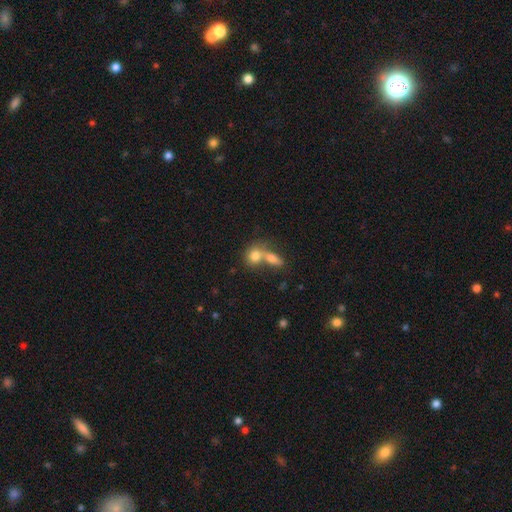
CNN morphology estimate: type=smooth (78%); roundness=round (50%); merging=merger (61%).